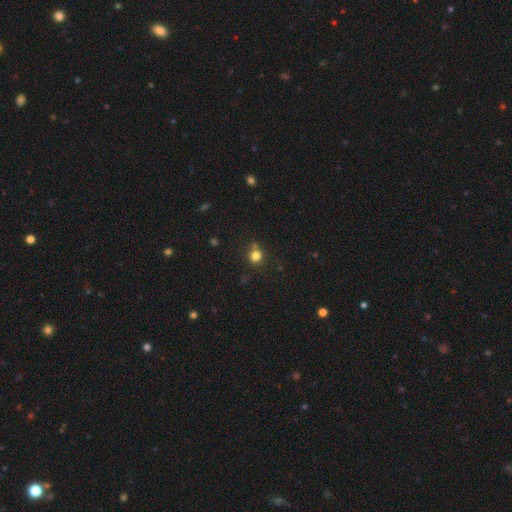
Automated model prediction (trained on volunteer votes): Morphology: type=smooth (79%); roundness=round (89%); merging=none (73%).